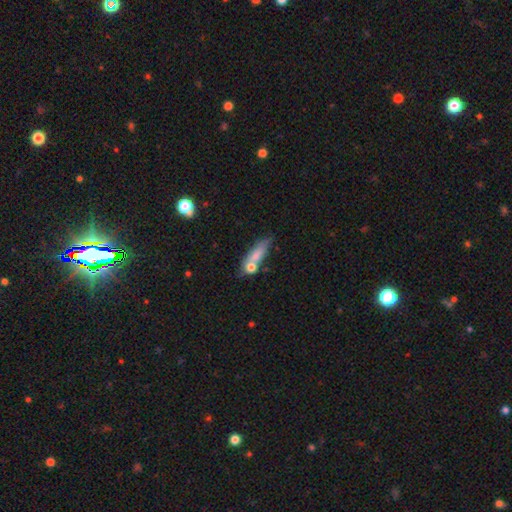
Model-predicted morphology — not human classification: Smooth or featured?
  - smooth: 66% *
  - featured or disk: 24%
  - star or artifact: 9%
How rounded?
  - cigar-shaped: 47% *
  - in between: 44%
  - round: 9%
Merging?
  - none: 41% *
  - merger: 30%
  - minor disturbance: 18%
  - major disturbance: 11%